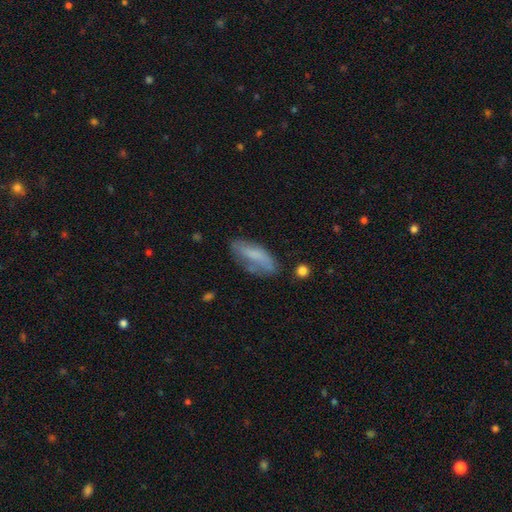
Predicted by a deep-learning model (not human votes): Smooth or featured? Predicted: smooth (p=0.65). How rounded? Predicted: in between (p=0.74). Merging? Predicted: none (p=0.54).